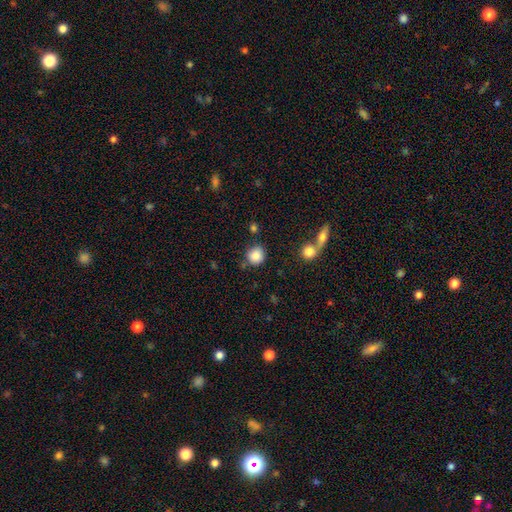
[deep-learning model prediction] smooth_or_featured: smooth (p=0.86) [alt: star or artifact p=0.09]
how_rounded: round (p=0.85) [alt: in between p=0.14]
merging: none (p=0.75) [alt: minor disturbance p=0.14]